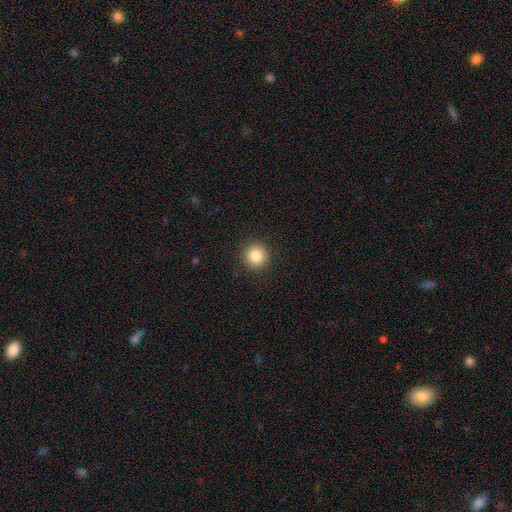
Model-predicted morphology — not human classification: Smooth or featured?
  - smooth: 85% *
  - star or artifact: 10%
  - featured or disk: 5%
How rounded?
  - round: 93% *
  - in between: 6%
  - cigar-shaped: 1%
Merging?
  - none: 92% *
  - minor disturbance: 5%
  - major disturbance: 2%
  - merger: 1%